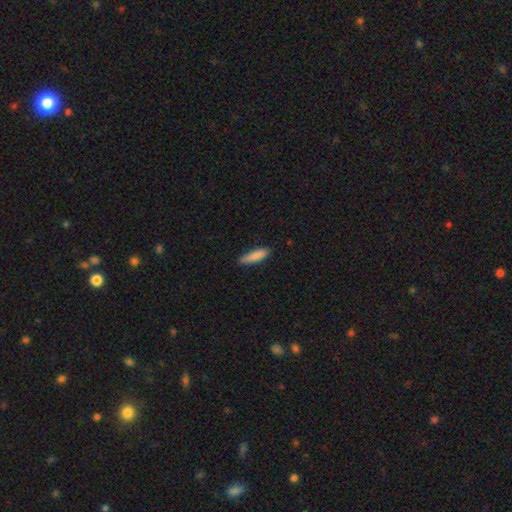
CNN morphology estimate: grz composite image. It shows a smooth galaxy with no disk features (86%) that is cigar-shaped (73%). Merging: none (84%).